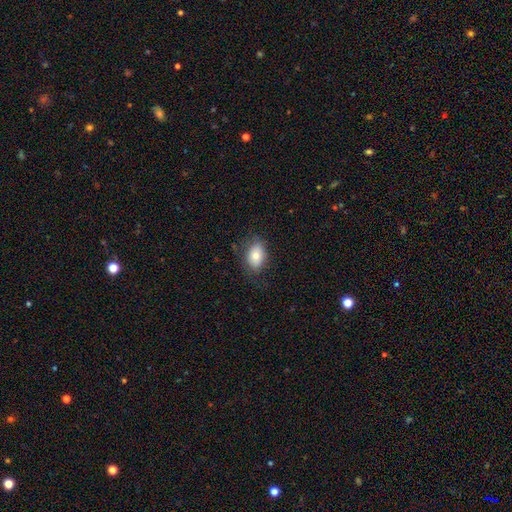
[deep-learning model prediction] The model was most divided on "merging": none: 75%, minor disturbance: 18%, major disturbance: 6%, merger: 1%. More confident: how rounded — in between (83%); smooth or featured — smooth (77%).